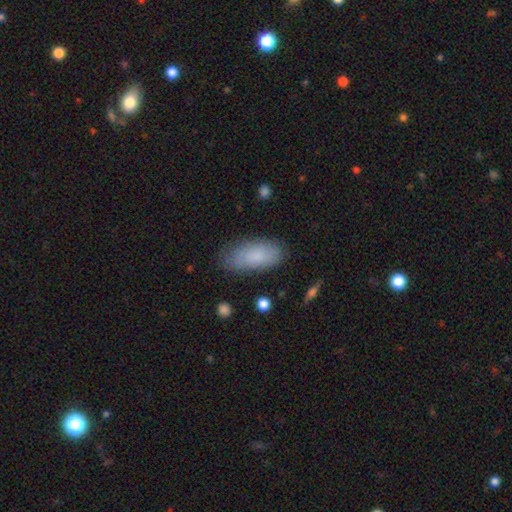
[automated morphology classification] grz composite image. It shows a smooth galaxy with no disk features (83%) that is in between round and cigar-shaped (89%). Merging: none (76%).